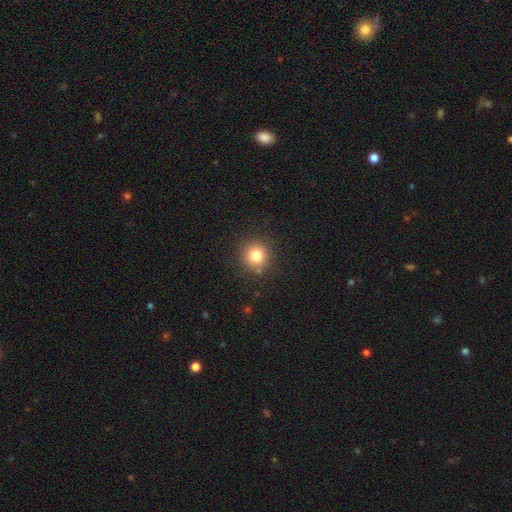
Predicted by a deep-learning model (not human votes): Morphology: type=smooth (80%); roundness=round (94%); merging=none (86%).